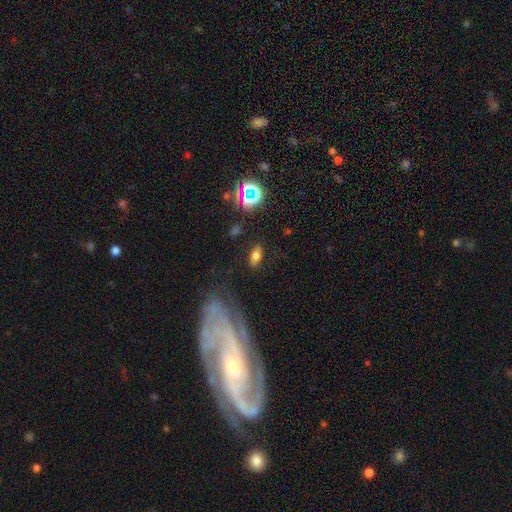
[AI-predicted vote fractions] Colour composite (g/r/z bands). It shows a smooth galaxy with no disk features (65%) that is in between round and cigar-shaped (86%). Merging: none (81%).